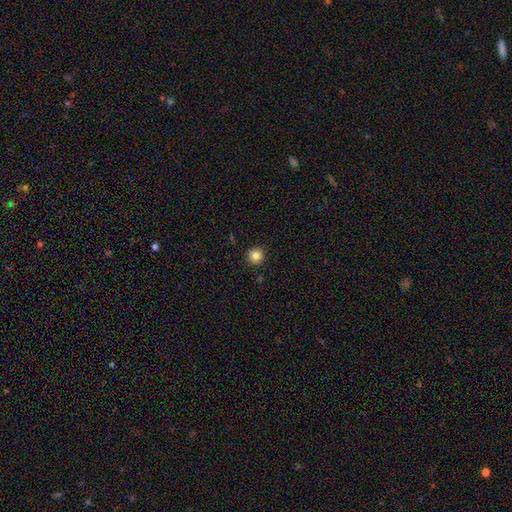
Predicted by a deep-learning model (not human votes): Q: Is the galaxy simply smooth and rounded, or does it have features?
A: smooth — 84%.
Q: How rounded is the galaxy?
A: round — 95%.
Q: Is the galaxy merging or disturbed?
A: none — 92%.